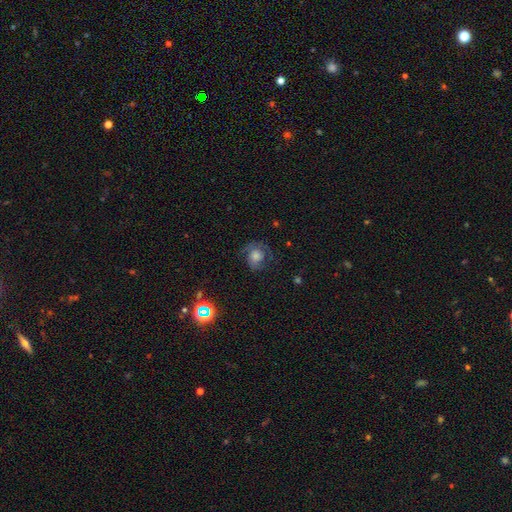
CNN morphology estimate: Overall: featured or disk (48%; smooth 37%). Merging: none (59%; minor disturbance 21%).